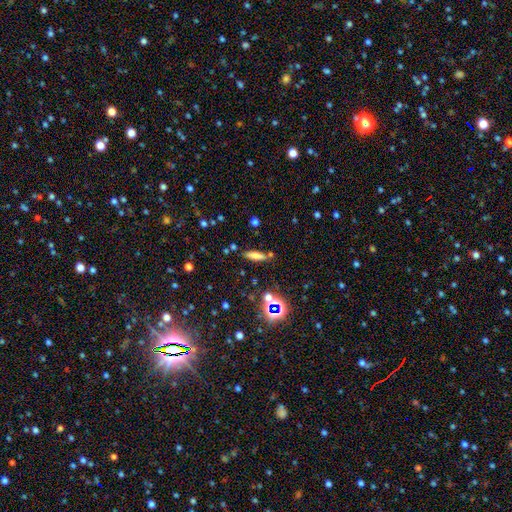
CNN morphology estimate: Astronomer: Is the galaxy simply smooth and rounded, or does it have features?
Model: smooth — 63%.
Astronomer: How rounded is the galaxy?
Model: cigar-shaped — 66%.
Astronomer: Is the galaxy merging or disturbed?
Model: none — 77%.